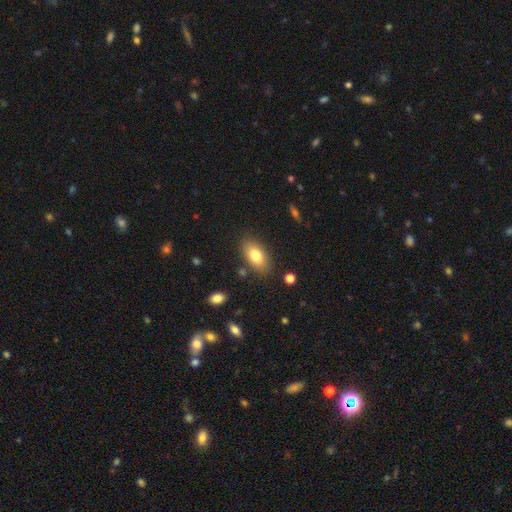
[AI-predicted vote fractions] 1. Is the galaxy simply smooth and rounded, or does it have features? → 79% smooth, 13% featured or disk, 8% star or artifact.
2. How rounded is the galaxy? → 90% in between, 5% round, 5% cigar-shaped.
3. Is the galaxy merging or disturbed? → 83% none, 11% minor disturbance, 3% major disturbance, 3% merger.